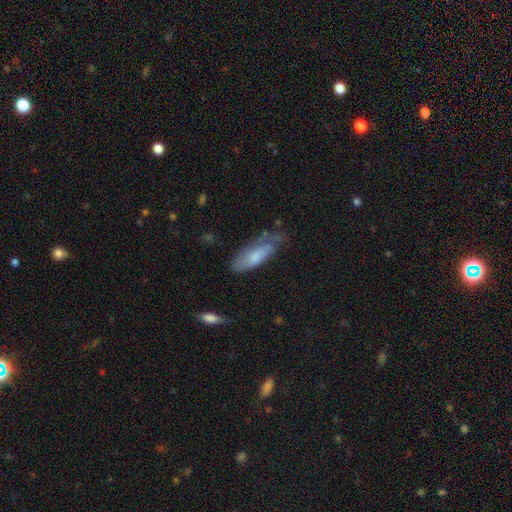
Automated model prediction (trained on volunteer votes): smooth_or_featured: smooth (p=0.63) [alt: featured or disk p=0.31]
how_rounded: in between (p=0.68) [alt: cigar-shaped p=0.31]
merging: none (p=0.45) [alt: minor disturbance p=0.36]